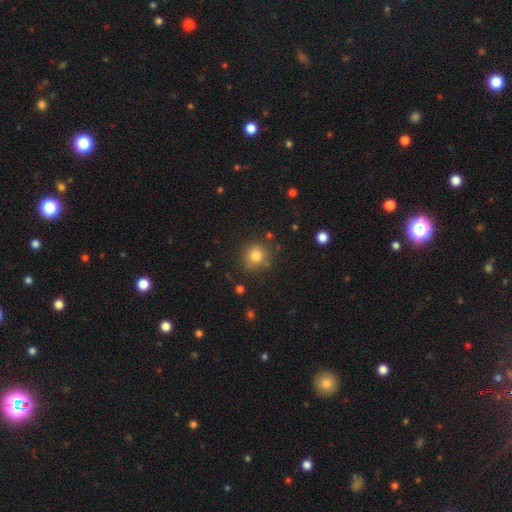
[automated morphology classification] type=smooth (81%); roundness=round (89%); merging=none (81%).